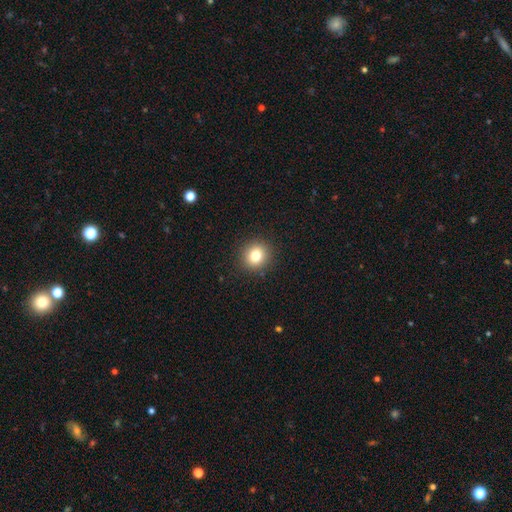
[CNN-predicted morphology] smooth-or-featured: smooth: 79% | star or artifact: 13% | featured or disk: 9%
  how-rounded: round: 88% | in between: 11% | cigar-shaped: 1%
  merging: none: 91% | minor disturbance: 6% | major disturbance: 2% | merger: 1%